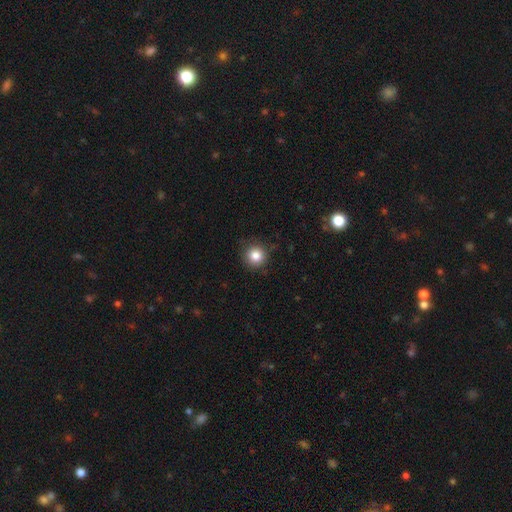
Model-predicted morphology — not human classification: Smooth or featured: smooth — 84% (star or artifact — 11%)
How rounded: round — 94% (in between — 5%)
Merging: none — 87% (minor disturbance — 9%)